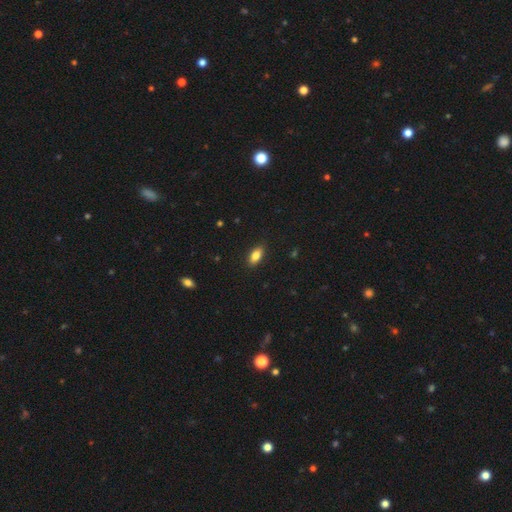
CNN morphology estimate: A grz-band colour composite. It shows a smooth galaxy with no disk features (84%) that is in between round and cigar-shaped (89%). Merging: none (88%).